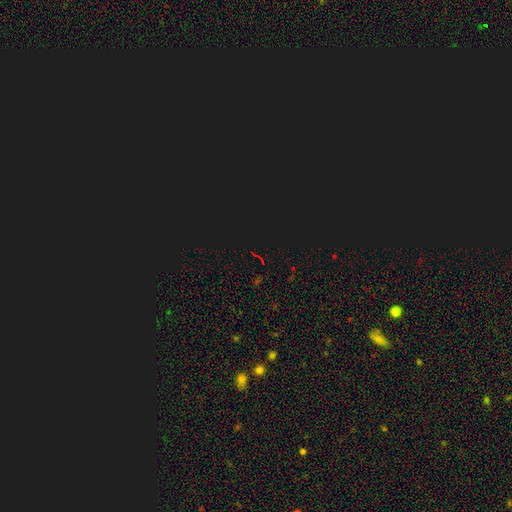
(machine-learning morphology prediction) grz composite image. It shows a star or artifact, not a galaxy (81%).